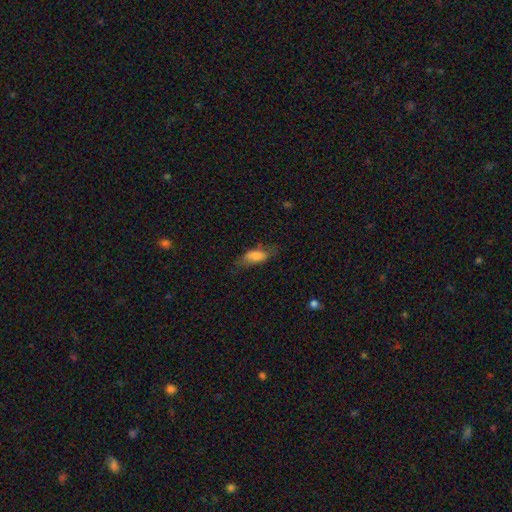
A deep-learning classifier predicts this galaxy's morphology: smooth_or_featured: smooth (p=0.77) [alt: featured or disk p=0.15]
how_rounded: in between (p=0.79) [alt: cigar-shaped p=0.18]
merging: none (p=0.54) [alt: minor disturbance p=0.29]